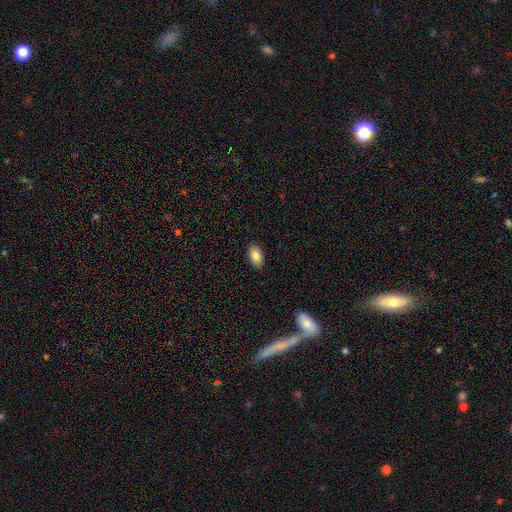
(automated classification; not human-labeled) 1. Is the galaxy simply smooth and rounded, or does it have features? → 87% smooth, 7% star or artifact, 6% featured or disk.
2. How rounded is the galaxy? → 94% in between, 4% round, 2% cigar-shaped.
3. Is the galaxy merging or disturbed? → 89% none, 8% minor disturbance, 2% major disturbance, 1% merger.